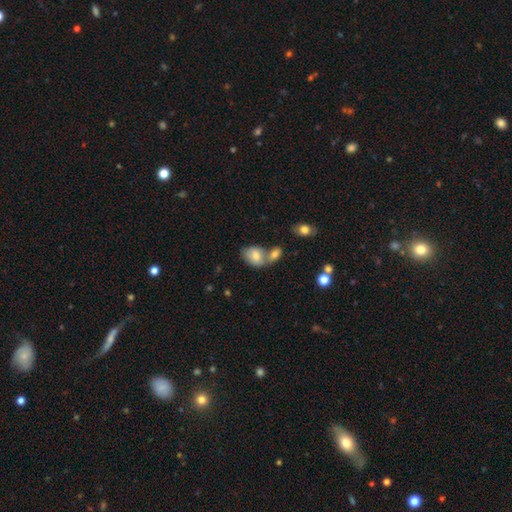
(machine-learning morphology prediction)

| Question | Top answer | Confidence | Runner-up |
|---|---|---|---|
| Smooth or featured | smooth | 76% | featured or disk (16%) |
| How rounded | in between | 77% | round (22%) |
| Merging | merger | 48% | none (36%) |